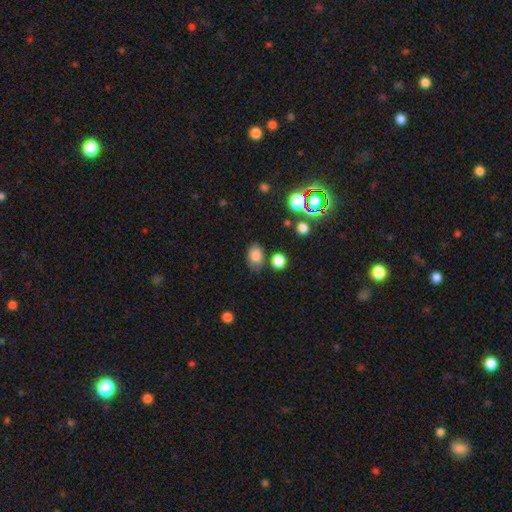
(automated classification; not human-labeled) smooth_or_featured: smooth (p=0.81) [alt: star or artifact p=0.12]
how_rounded: in between (p=0.80) [alt: round p=0.19]
merging: none (p=0.73) [alt: minor disturbance p=0.17]